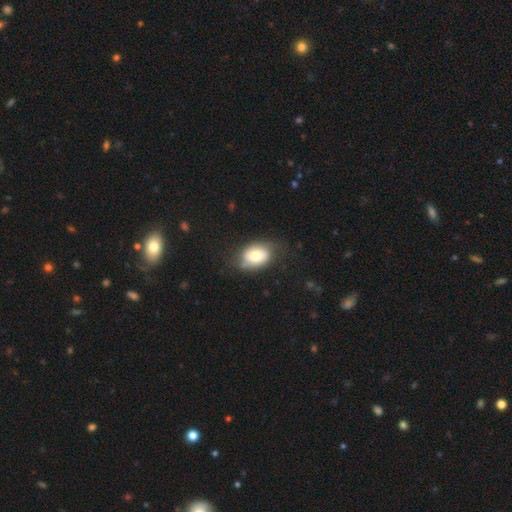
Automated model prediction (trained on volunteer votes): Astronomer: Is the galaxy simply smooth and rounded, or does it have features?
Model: smooth — 63%.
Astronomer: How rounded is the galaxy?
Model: in between — 75%.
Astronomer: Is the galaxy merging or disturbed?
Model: none — 62%.